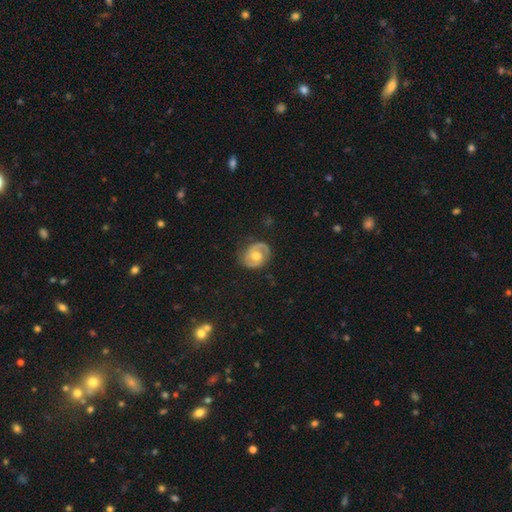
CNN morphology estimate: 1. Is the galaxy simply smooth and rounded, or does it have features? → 71% featured or disk, 23% smooth, 6% star or artifact.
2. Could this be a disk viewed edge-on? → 97% no, 3% yes.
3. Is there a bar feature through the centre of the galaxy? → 65% no, 29% weak, 6% strong.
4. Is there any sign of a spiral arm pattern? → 85% yes, 15% no.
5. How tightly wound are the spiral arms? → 43% medium, 39% tight, 18% loose.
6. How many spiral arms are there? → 78% 2, 11% 1, 7% can't tell, 1% 3, 1% 4, 1% more than 4.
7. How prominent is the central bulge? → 77% moderate, 12% small, 9% large, 1% none, 1% dominant.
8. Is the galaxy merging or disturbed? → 76% none, 17% minor disturbance, 6% major disturbance, 1% merger.